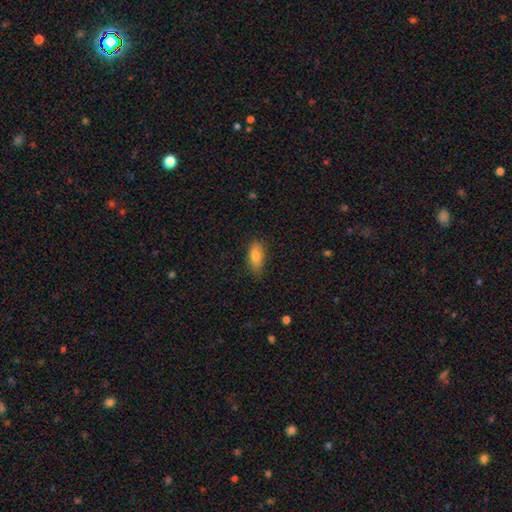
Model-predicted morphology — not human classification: smooth 80%, featured or disk 12%, star or artifact 8%. Down the decision tree: how rounded — in between (86%); merging — none (71%).